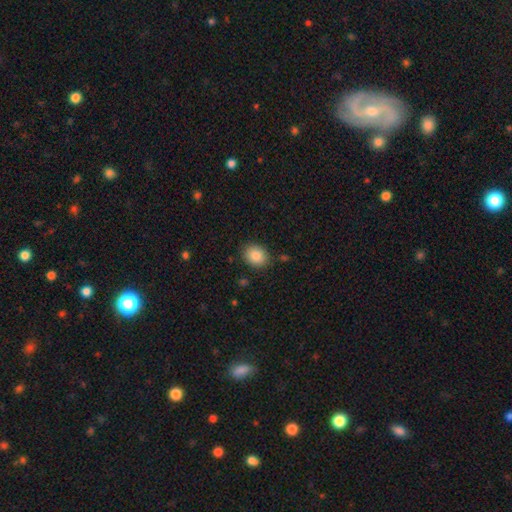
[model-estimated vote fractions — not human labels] Q: Smooth or featured?
A: smooth (86%); runner-up: star or artifact (8%)
Q: How rounded?
A: round (51%); runner-up: in between (49%)
Q: Merging?
A: none (86%); runner-up: minor disturbance (10%)